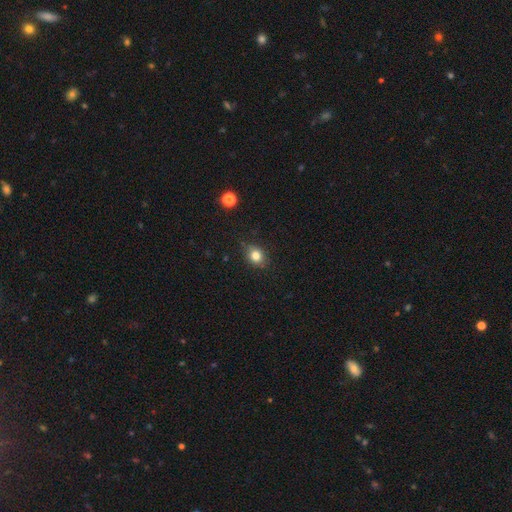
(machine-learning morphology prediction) smooth 80%, star or artifact 12%, featured or disk 8%. Down the decision tree: how rounded — round (60%); merging — none (77%).